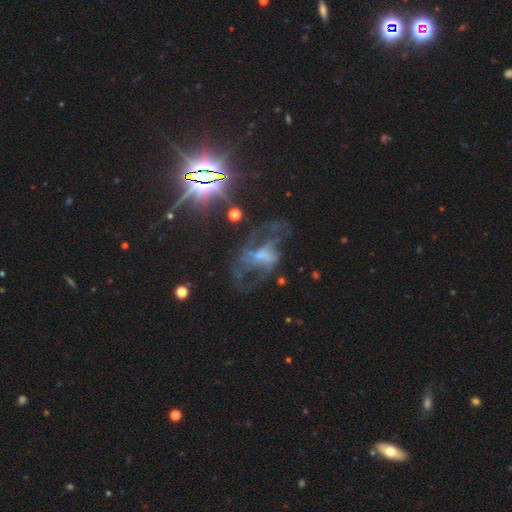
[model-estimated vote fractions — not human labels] Smooth or featured? Predicted: featured or disk (p=0.65). Edge-on disk? Predicted: no (p=0.95). Bar? Predicted: no (p=0.51). Spiral arms? Predicted: yes (p=0.67). Bulge size? Predicted: small (p=0.41). Merging? Predicted: none (p=0.40).